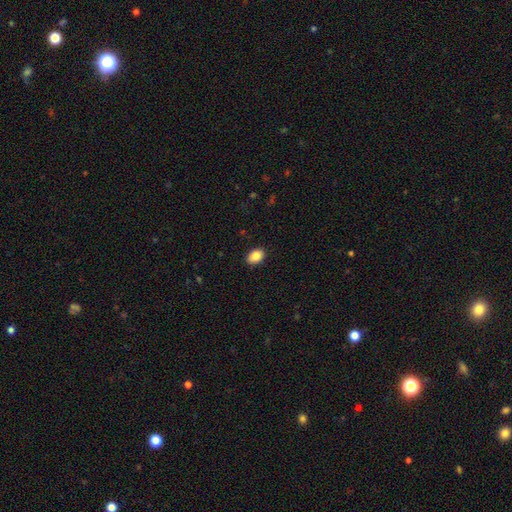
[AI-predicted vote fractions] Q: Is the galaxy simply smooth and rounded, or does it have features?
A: smooth — 85%.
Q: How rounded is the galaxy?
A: in between — 83%.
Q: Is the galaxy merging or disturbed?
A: none — 88%.